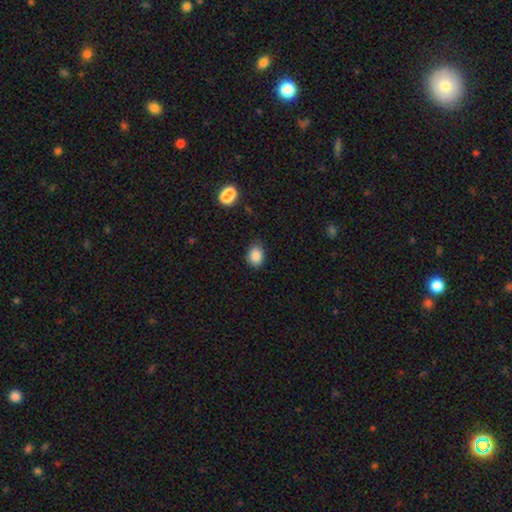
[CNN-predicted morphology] smooth-or-featured: smooth: 86% | star or artifact: 10% | featured or disk: 4%
  how-rounded: in between: 58% | round: 42% | cigar-shaped: 1%
  merging: none: 77% | minor disturbance: 19% | major disturbance: 3% | merger: 2%